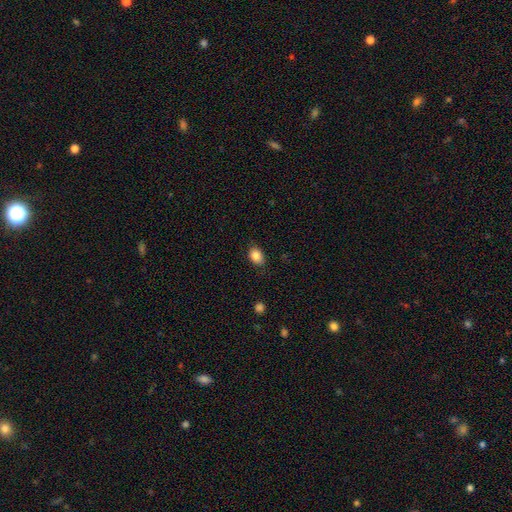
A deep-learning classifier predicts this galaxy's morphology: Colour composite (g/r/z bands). It shows a smooth galaxy with no disk features (85%) that is in between round and cigar-shaped (76%). Merging: none (83%).